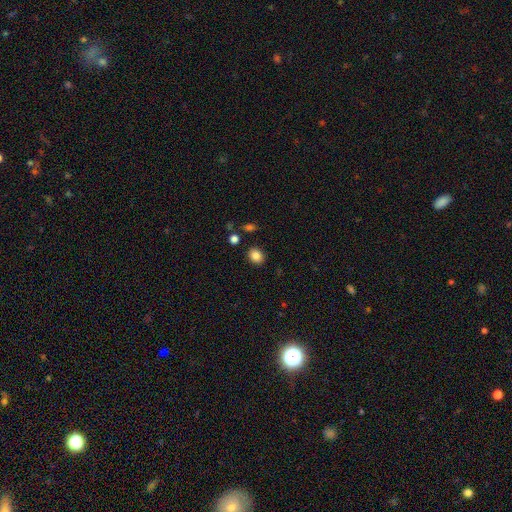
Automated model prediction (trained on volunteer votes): Overall: smooth (85%). How rounded: round (59%; in between 40%). Merging: none (87%).